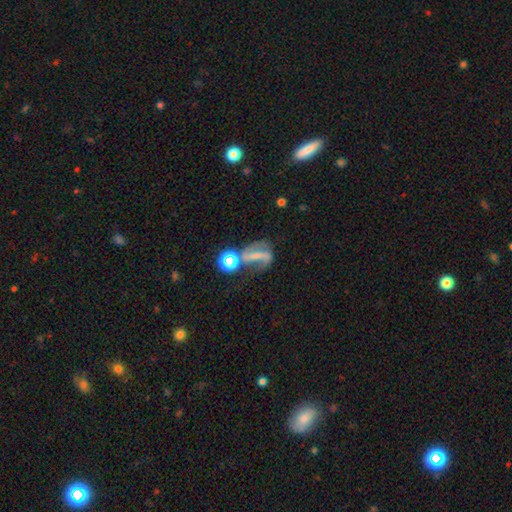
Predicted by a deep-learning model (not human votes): featured or disk 67%, smooth 18%, star or artifact 15%. Down the decision tree: edge-on disk — no (95%); bar — strong (58%); spiral arms — yes (83%); spiral arm count — 2 (81%); spiral winding — loose (58%); bulge size — none (44%); merging — none (42%).